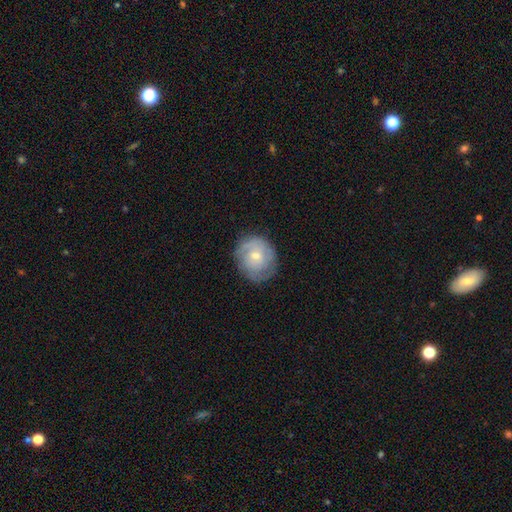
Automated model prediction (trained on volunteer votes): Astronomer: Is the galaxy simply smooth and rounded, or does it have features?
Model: featured or disk — 48% (runner-up: smooth, 45%).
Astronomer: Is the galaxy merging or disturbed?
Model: none — 73%.